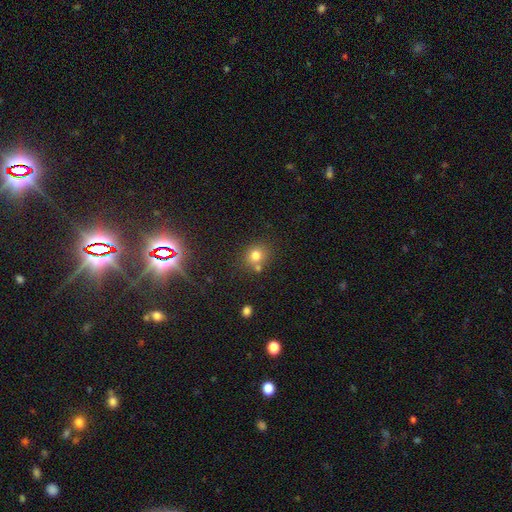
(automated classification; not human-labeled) The model was most divided on "merging": none: 66%, merger: 19%, minor disturbance: 12%, major disturbance: 4%. More confident: how rounded — round (76%); smooth or featured — smooth (76%).